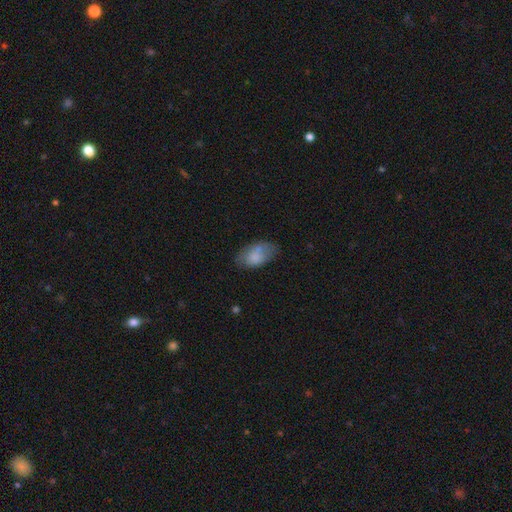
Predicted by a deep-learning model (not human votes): Q: Smooth or featured?
A: smooth (77%); runner-up: featured or disk (16%)
Q: How rounded?
A: in between (93%); runner-up: round (5%)
Q: Merging?
A: none (58%); runner-up: minor disturbance (25%)